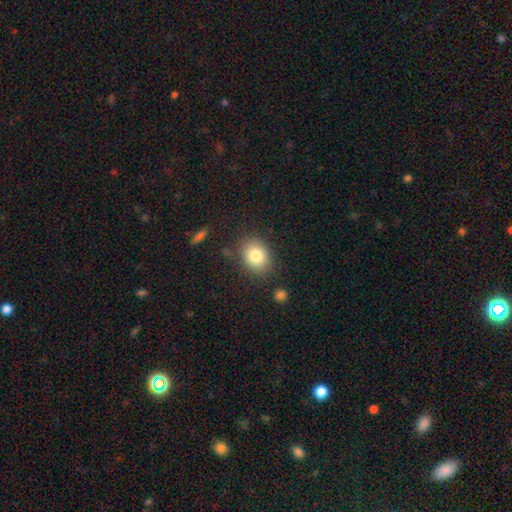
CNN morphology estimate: Smooth or featured? Predicted: smooth (p=0.81). How rounded? Predicted: in between (p=0.56). Merging? Predicted: none (p=0.83).